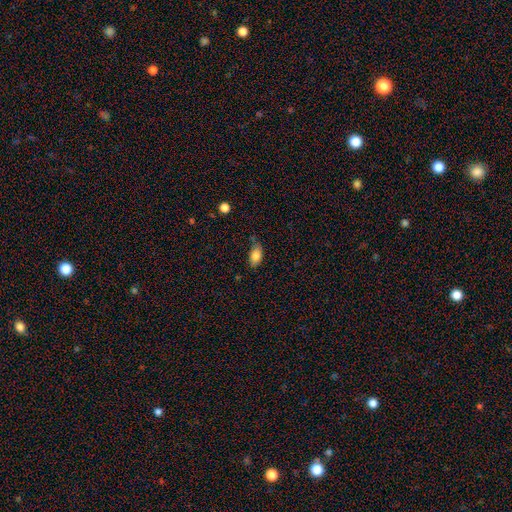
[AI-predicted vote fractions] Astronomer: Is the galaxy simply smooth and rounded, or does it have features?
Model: smooth — 84%.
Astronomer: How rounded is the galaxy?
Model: in between — 92%.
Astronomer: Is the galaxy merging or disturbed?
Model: none — 65%.